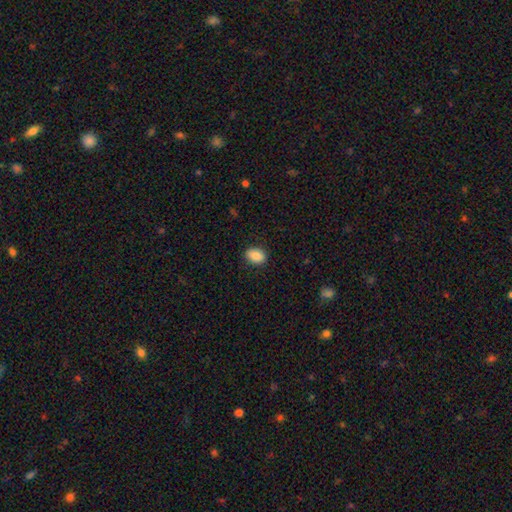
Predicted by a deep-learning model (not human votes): This appears to be a smooth galaxy with no disk features (87%) that is in between round and cigar-shaped (78%). Merging: none (87%).